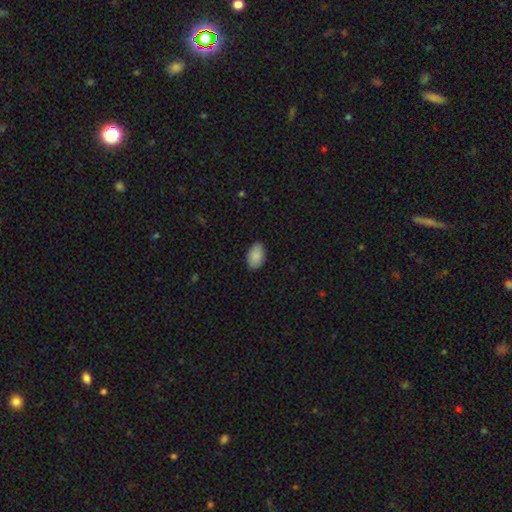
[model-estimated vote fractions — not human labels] smooth_or_featured: smooth (p=0.89) [alt: star or artifact p=0.07]
how_rounded: in between (p=0.91) [alt: round p=0.08]
merging: none (p=0.87) [alt: minor disturbance p=0.10]